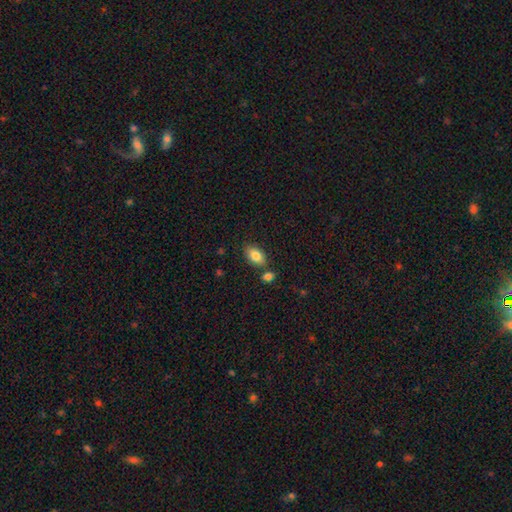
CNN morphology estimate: This appears to be a smooth galaxy with no disk features (84%) that is in between round and cigar-shaped (91%). Merging: none (72%).